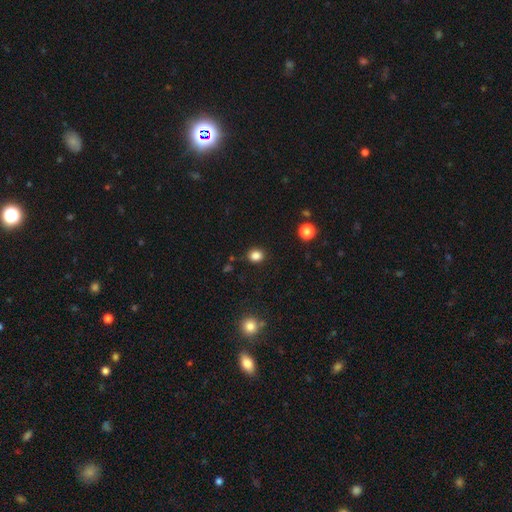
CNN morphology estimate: Smooth or featured?
  - smooth: 84% *
  - star or artifact: 12%
  - featured or disk: 4%
How rounded?
  - round: 70% *
  - in between: 29%
  - cigar-shaped: 1%
Merging?
  - none: 88% *
  - minor disturbance: 8%
  - major disturbance: 3%
  - merger: 2%